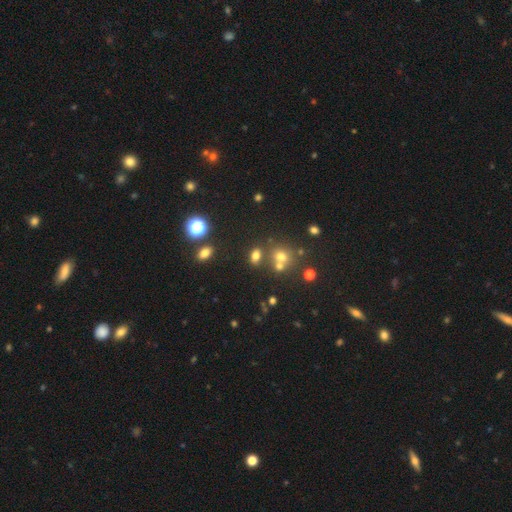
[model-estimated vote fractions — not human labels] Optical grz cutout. It shows a smooth galaxy with no disk features (69%) that is in between round and cigar-shaped (71%). Merging: none (63%).